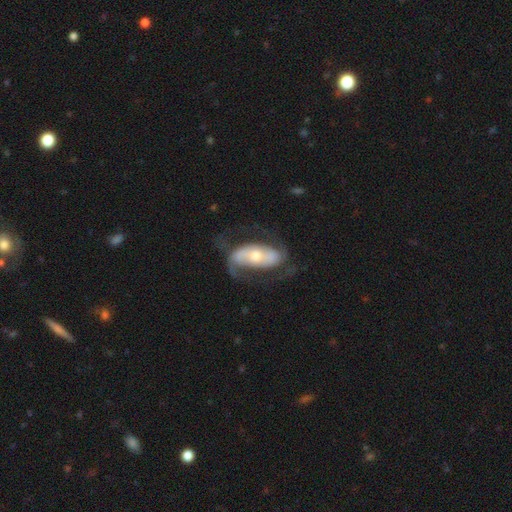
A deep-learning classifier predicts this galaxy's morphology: type=featured or disk (76%); edge-on=no (92%); bar=no (44%); spiral arms=yes (88%); winding=medium (42%); arm count=2 (82%); bulge=moderate (51%); merging=none (62%).